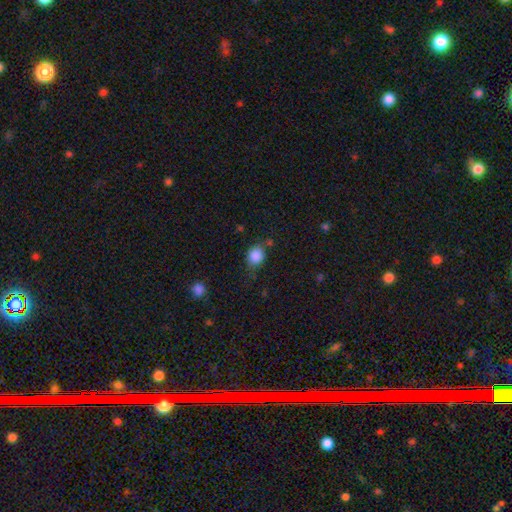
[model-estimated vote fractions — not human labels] Smooth or featured? smooth (86%)
How rounded? round (71%)
Merging? none (62%)